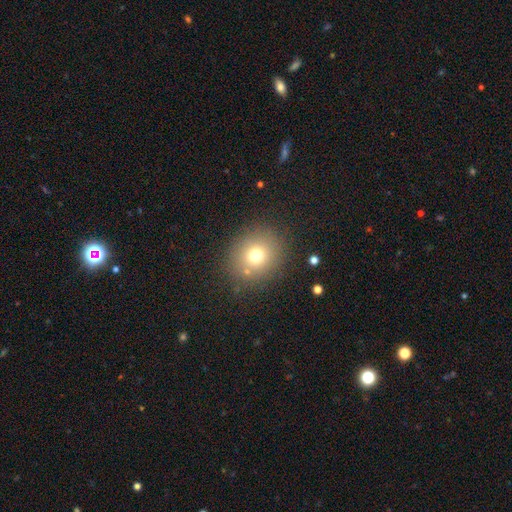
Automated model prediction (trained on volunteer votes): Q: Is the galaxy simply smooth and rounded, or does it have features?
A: smooth — 71%.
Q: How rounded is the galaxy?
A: round — 78%.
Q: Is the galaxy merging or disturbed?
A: none — 83%.